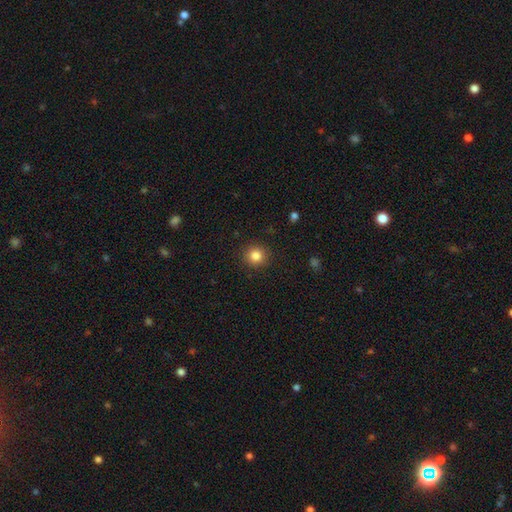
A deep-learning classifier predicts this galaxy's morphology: Smooth or featured?
  - smooth: 84% *
  - star or artifact: 11%
  - featured or disk: 5%
How rounded?
  - round: 93% *
  - in between: 6%
  - cigar-shaped: 1%
Merging?
  - none: 91% *
  - minor disturbance: 6%
  - major disturbance: 2%
  - merger: 1%